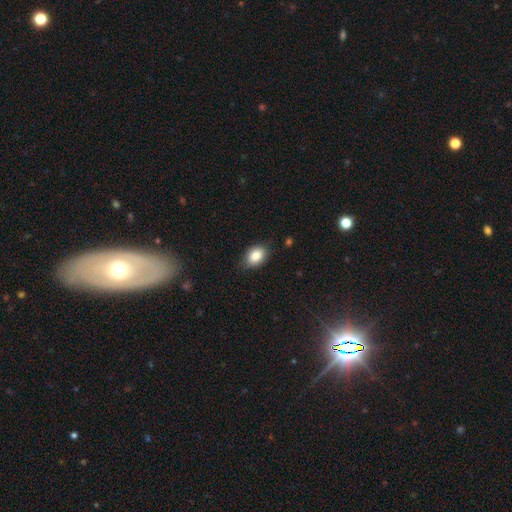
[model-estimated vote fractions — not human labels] This appears to be a smooth galaxy with no disk features (85%) that is in between round and cigar-shaped (77%). Merging: none (78%).